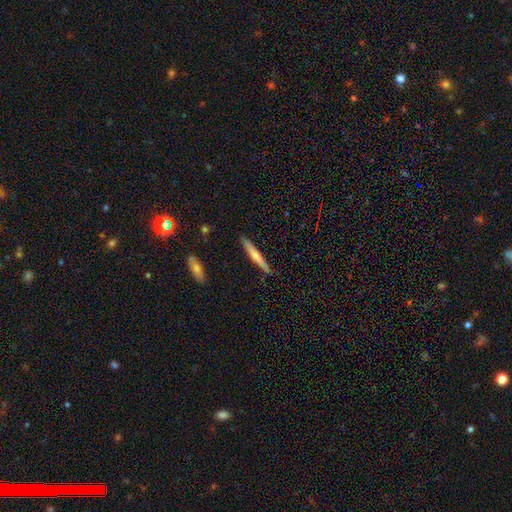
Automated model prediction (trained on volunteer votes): Overall: smooth (57%; featured or disk 38%). How rounded: cigar-shaped (95%). Merging: none (87%).